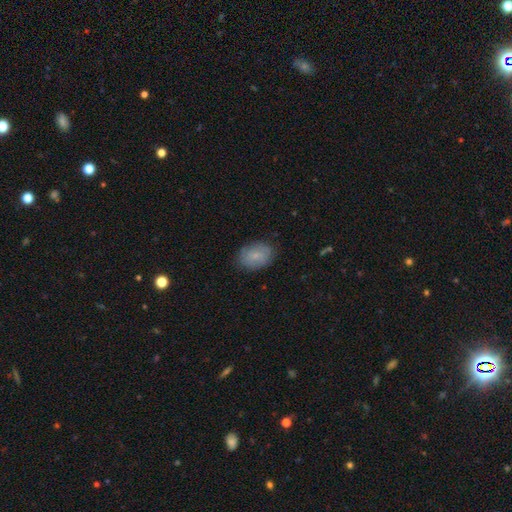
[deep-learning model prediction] A smooth galaxy with no disk features (71%) that is in between round and cigar-shaped (81%).

Vote fractions:
- Smooth or featured? smooth: 71% / featured or disk: 21% / star or artifact: 8%
- How rounded? in between: 81% / round: 18% / cigar-shaped: 1%
- Merging? none: 81% / minor disturbance: 14% / major disturbance: 4% / merger: 1%